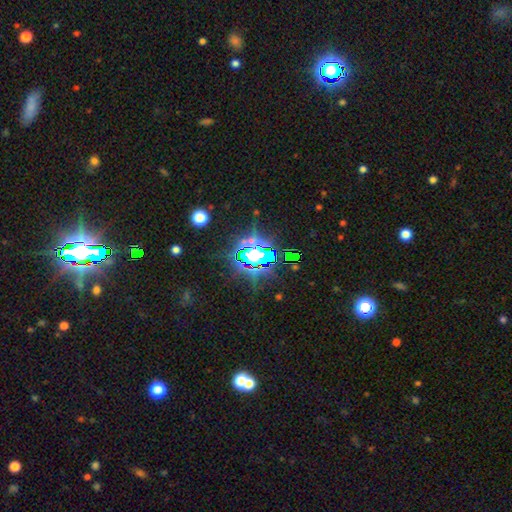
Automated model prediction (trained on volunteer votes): Smooth or featured? Predicted: star or artifact (p=0.71).